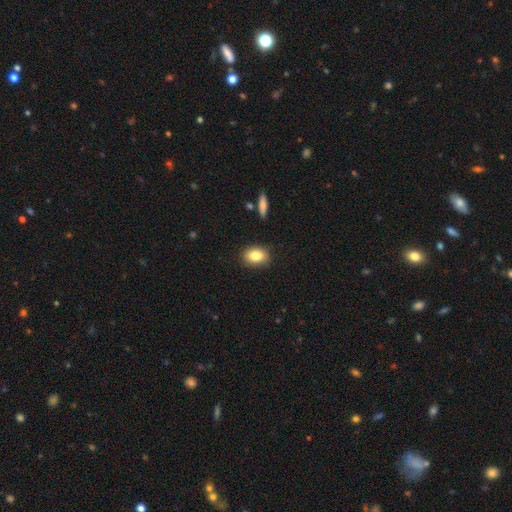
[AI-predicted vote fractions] This is clearly a smooth galaxy (83%). How rounded: likely in between (78%). Merging: clearly none (87%).